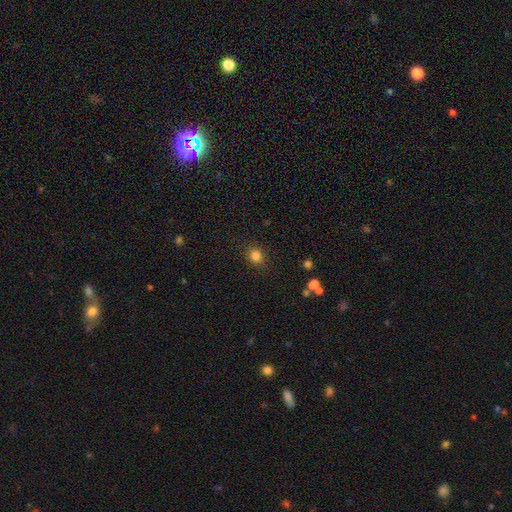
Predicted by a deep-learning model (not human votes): smooth_or_featured: smooth (p=0.83) [alt: star or artifact p=0.12]
how_rounded: round (p=0.79) [alt: in between p=0.20]
merging: none (p=0.87) [alt: minor disturbance p=0.09]